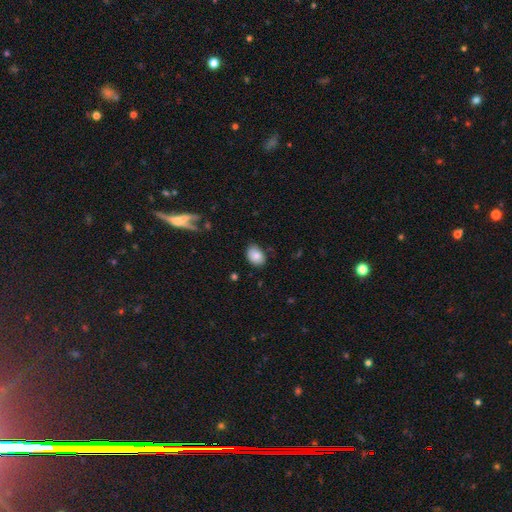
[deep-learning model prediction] Morphology: type=smooth (81%); roundness=in between (75%); merging=none (73%).